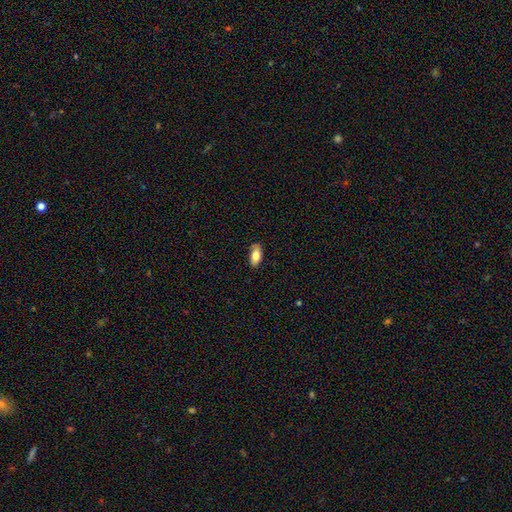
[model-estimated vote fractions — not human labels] Smooth or featured? smooth (80%)
How rounded? in between (90%)
Merging? none (76%)